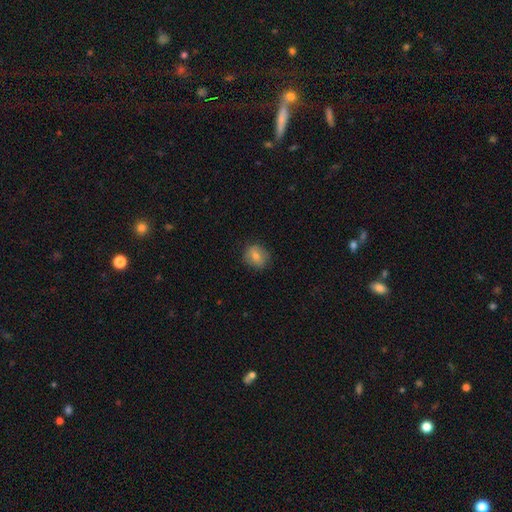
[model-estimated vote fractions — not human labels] smooth_or_featured: smooth (p=0.75) [alt: featured or disk p=0.17]
how_rounded: round (p=0.73) [alt: in between p=0.26]
merging: none (p=0.84) [alt: minor disturbance p=0.12]